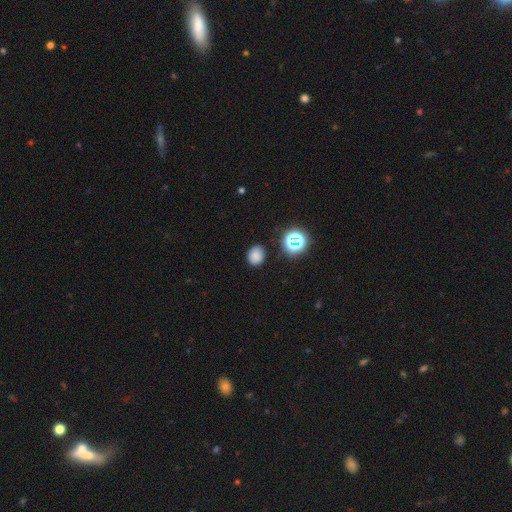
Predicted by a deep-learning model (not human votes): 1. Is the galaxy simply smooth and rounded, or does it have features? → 76% smooth, 17% star or artifact, 7% featured or disk.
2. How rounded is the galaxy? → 59% round, 40% in between, 1% cigar-shaped.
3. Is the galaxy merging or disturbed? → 85% none, 10% minor disturbance, 3% major disturbance, 2% merger.